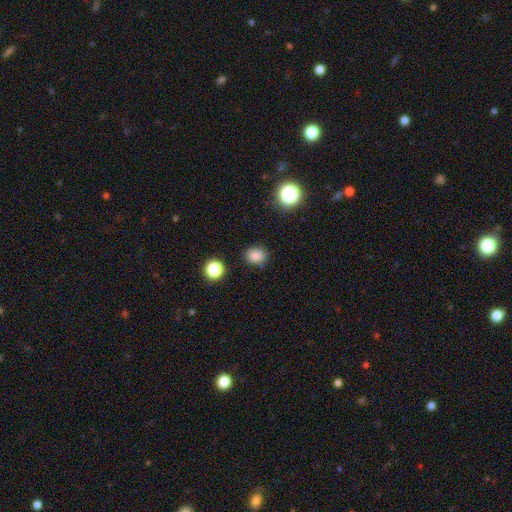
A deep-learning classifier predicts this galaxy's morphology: Smooth or featured: smooth — 83% (star or artifact — 13%)
How rounded: round — 54% (in between — 45%)
Merging: none — 83% (minor disturbance — 11%)